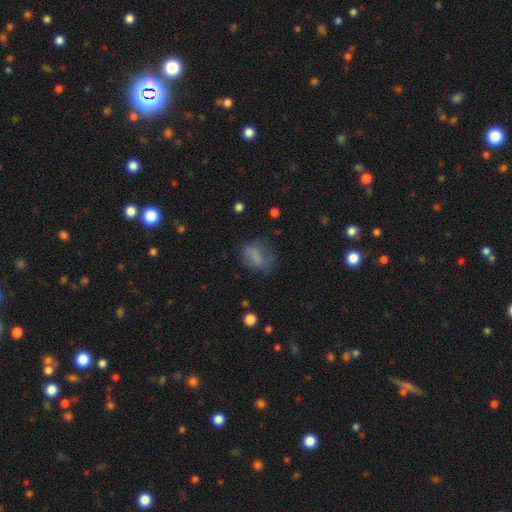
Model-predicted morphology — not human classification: Smooth or featured? Predicted: smooth (p=0.68). How rounded? Predicted: in between (p=0.64). Merging? Predicted: none (p=0.51).